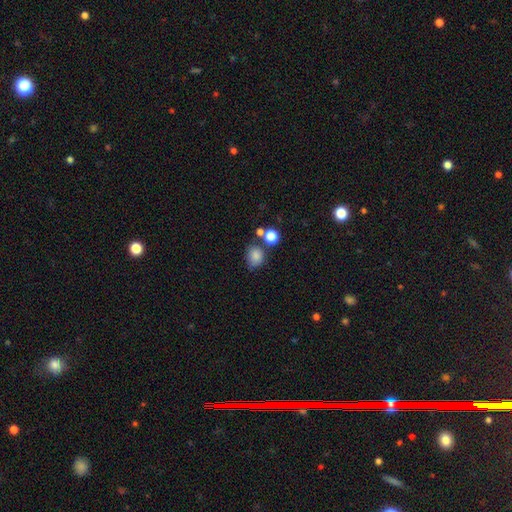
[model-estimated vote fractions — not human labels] Smooth or featured? smooth (82%)
How rounded? round (60%)
Merging? none (59%)